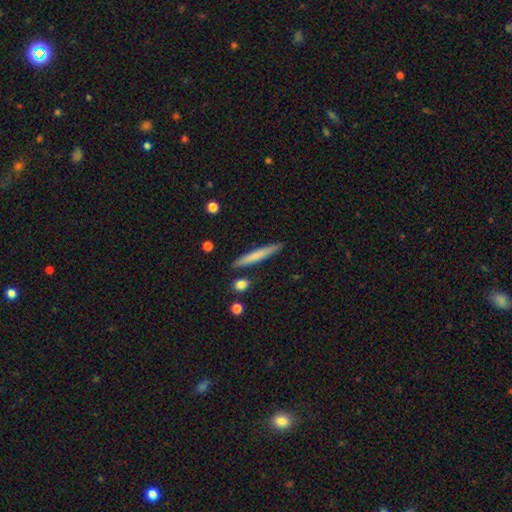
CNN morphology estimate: Smooth or featured? smooth (64%)
How rounded? cigar-shaped (96%)
Merging? none (89%)